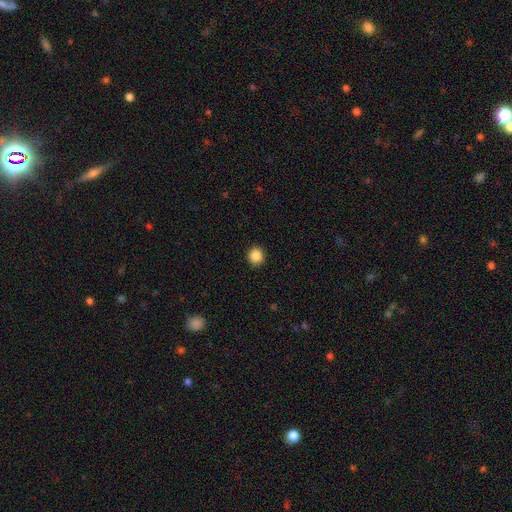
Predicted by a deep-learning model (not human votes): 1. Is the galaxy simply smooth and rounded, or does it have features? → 88% smooth, 9% star or artifact, 3% featured or disk.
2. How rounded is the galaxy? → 87% round, 12% in between, 1% cigar-shaped.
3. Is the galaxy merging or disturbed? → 93% none, 5% minor disturbance, 2% major disturbance, 1% merger.